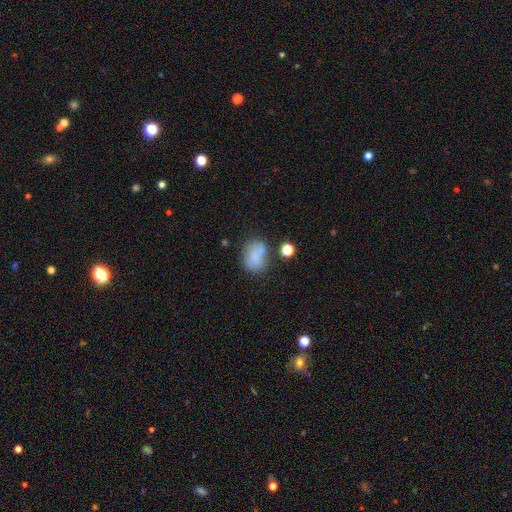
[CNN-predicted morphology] type=smooth (74%); roundness=in between (56%); merging=none (52%).